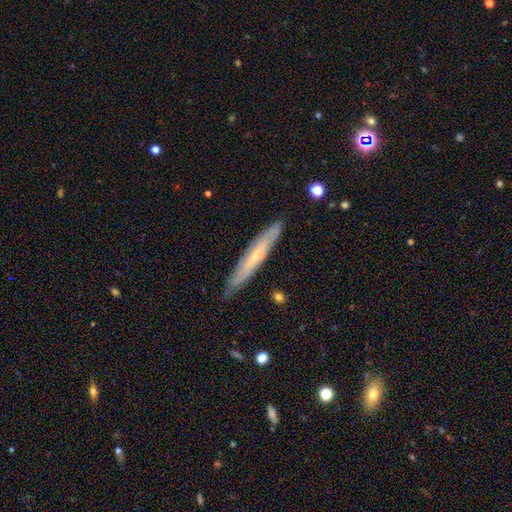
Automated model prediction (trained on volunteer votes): This appears to be a featured or disk galaxy (54%) viewed edge-on (78%). Merging: none (81%).